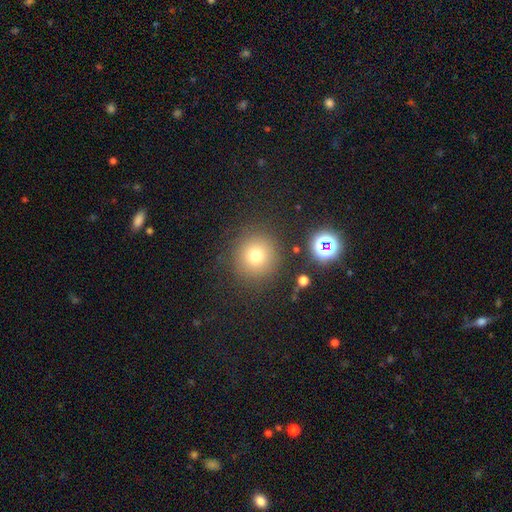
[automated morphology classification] The model was most divided on "smooth or featured": smooth: 74%, star or artifact: 16%, featured or disk: 10%. More confident: how rounded — round (94%); merging — none (86%).